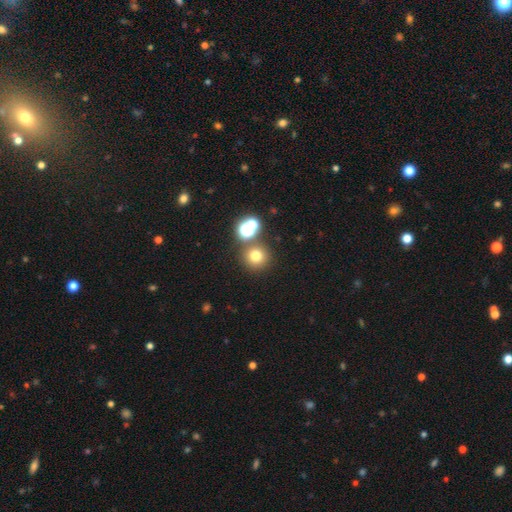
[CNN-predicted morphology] smooth-or-featured: smooth: 70% | star or artifact: 21% | featured or disk: 9%
  how-rounded: round: 92% | in between: 7% | cigar-shaped: 1%
  merging: none: 76% | merger: 14% | minor disturbance: 7% | major disturbance: 3%